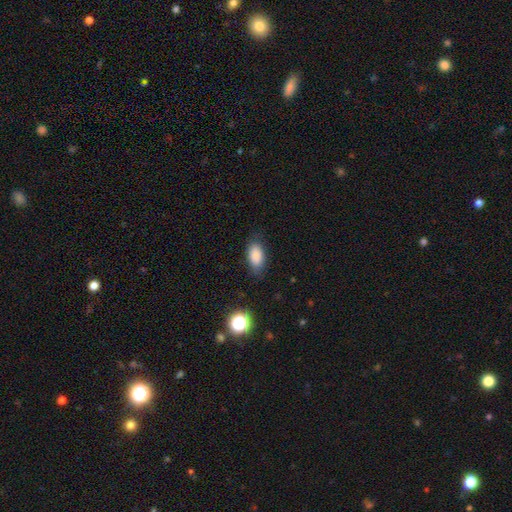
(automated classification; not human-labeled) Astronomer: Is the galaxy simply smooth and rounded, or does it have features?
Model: smooth — 87%.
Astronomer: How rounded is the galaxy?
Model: in between — 91%.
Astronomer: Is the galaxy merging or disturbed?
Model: none — 81%.